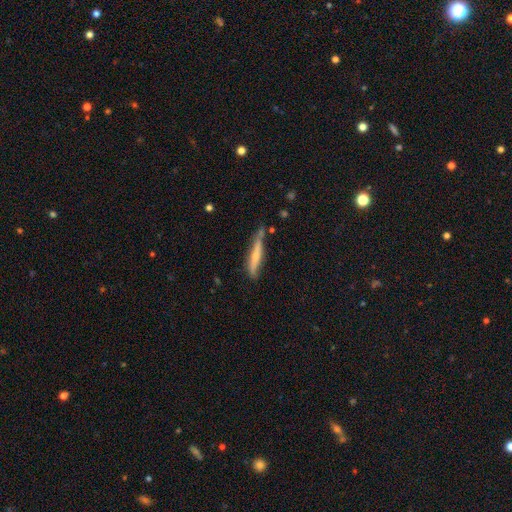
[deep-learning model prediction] A smooth galaxy with no disk features (49%). Merging: none (61%).